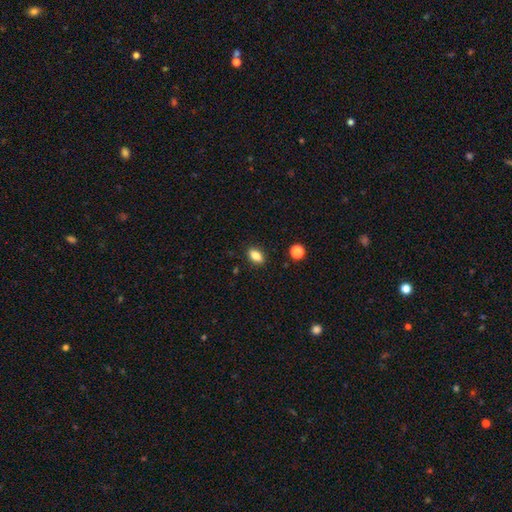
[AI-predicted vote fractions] Smooth or featured? smooth (82%)
How rounded? in between (84%)
Merging? none (88%)